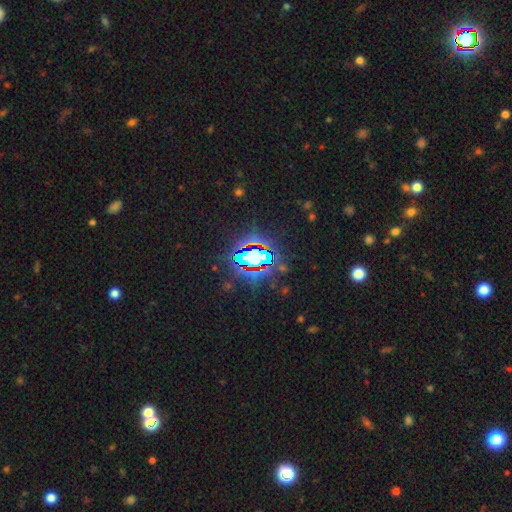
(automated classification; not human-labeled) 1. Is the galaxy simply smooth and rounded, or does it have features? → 68% star or artifact, 19% smooth, 13% featured or disk.